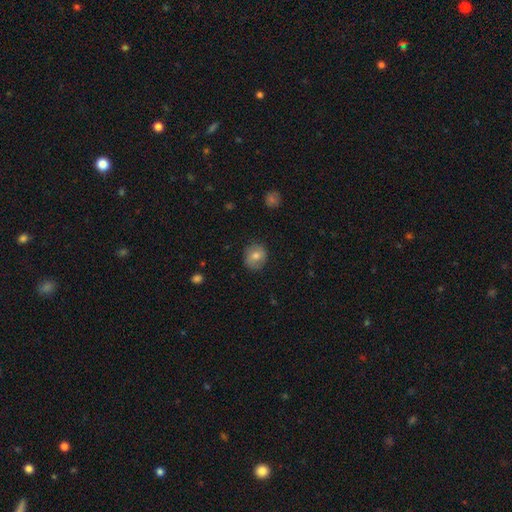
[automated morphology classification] A smooth galaxy with no disk features (75%) that is round (81%).

Vote fractions:
- Smooth or featured? smooth: 75% / featured or disk: 17% / star or artifact: 9%
- How rounded? round: 81% / in between: 18% / cigar-shaped: 1%
- Merging? none: 83% / minor disturbance: 13% / major disturbance: 3% / merger: 1%